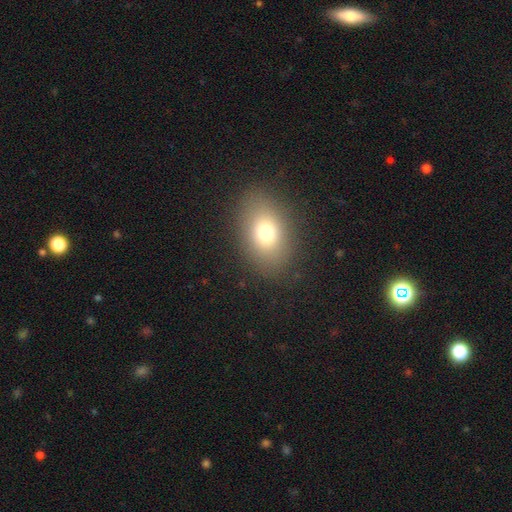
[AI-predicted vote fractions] smooth_or_featured: smooth (p=0.72) [alt: featured or disk p=0.14]
how_rounded: in between (p=0.79) [alt: round p=0.19]
merging: none (p=0.88) [alt: minor disturbance p=0.08]